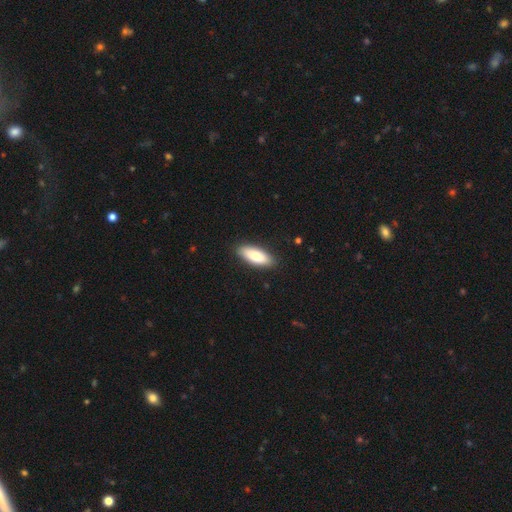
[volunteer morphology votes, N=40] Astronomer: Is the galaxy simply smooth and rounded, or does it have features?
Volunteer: smooth — 72%.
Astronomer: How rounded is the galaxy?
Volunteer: in between — 76%.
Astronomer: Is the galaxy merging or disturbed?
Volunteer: none — 92%.